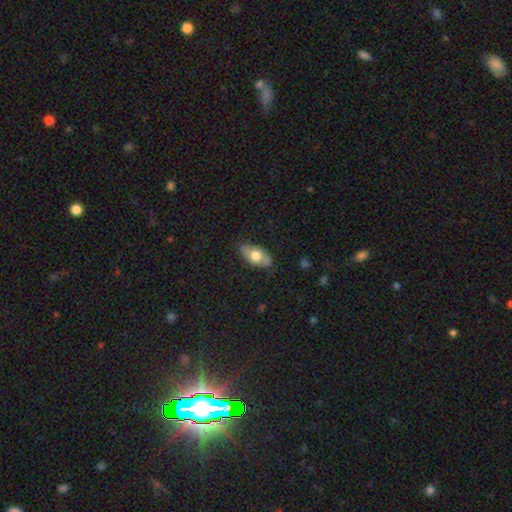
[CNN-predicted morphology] smooth-or-featured: smooth: 61% | featured or disk: 33% | star or artifact: 6%
  how-rounded: in between: 88% | cigar-shaped: 7% | round: 5%
  merging: none: 79% | minor disturbance: 16% | major disturbance: 3% | merger: 1%